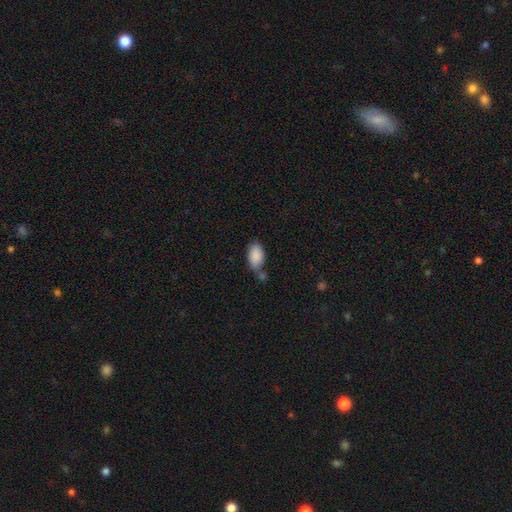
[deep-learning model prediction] This appears to be a smooth galaxy with no disk features (88%) that is in between round and cigar-shaped (93%). Merging: none (51%).